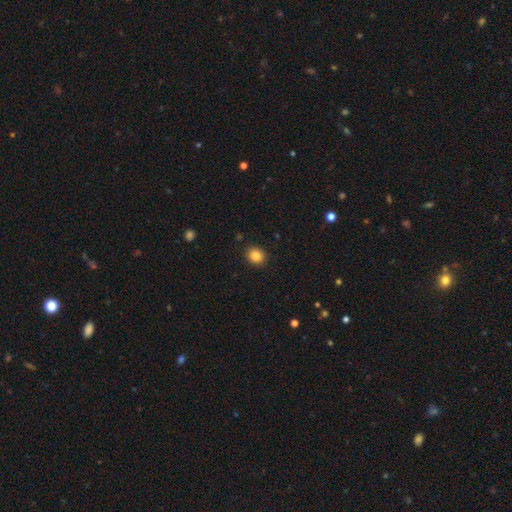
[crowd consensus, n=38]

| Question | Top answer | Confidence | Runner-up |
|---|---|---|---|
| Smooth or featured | smooth | 87% | star or artifact (11%) |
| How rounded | round | 67% | in between (33%) |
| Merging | none | 91% | minor disturbance (3%) |